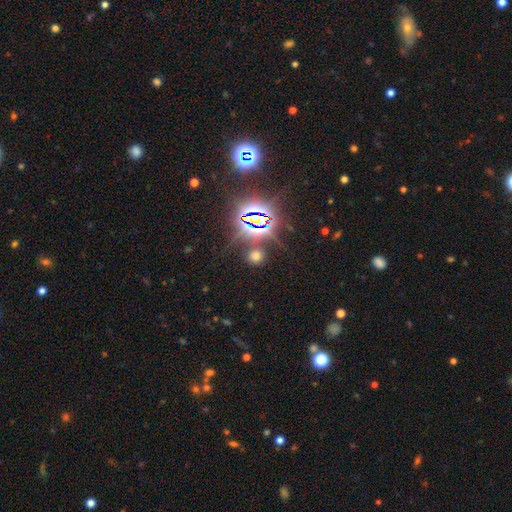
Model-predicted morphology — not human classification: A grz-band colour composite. It shows a smooth galaxy with no disk features (51%) that is round (83%). Merging: none (80%).